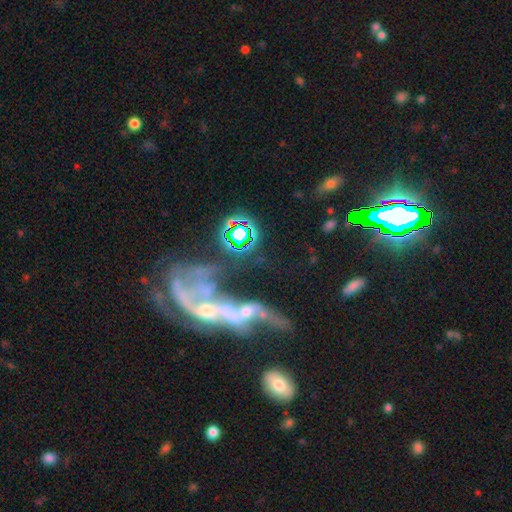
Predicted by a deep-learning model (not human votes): featured or disk 59%, star or artifact 25%, smooth 15%. Down the decision tree: edge-on disk — no (89%); bar — no (69%); spiral arms — yes (52%); bulge size — small (39%); merging — merger (50%).